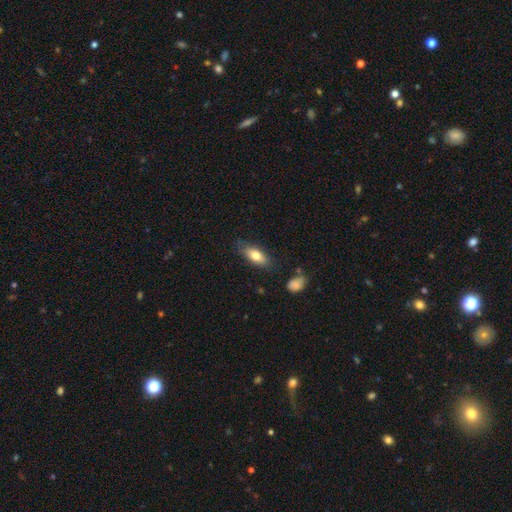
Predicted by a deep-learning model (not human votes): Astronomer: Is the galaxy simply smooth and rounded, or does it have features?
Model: smooth — 75%.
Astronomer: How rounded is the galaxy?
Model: in between — 81%.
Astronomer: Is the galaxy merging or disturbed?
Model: none — 74%.